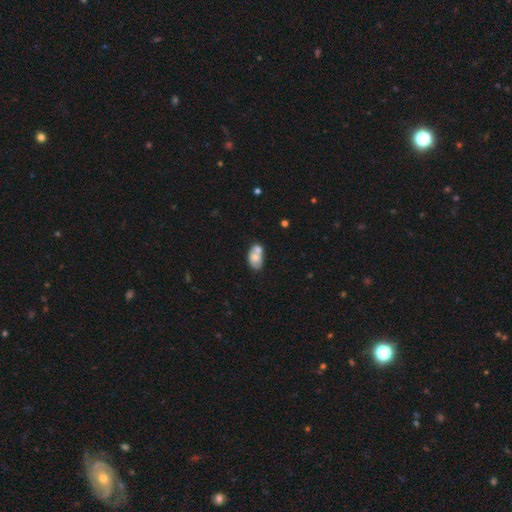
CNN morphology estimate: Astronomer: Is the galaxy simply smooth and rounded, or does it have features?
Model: smooth — 65%.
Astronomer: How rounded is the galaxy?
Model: in between — 87%.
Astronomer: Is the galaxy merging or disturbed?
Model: merger — 50% (runner-up: none, 31%).